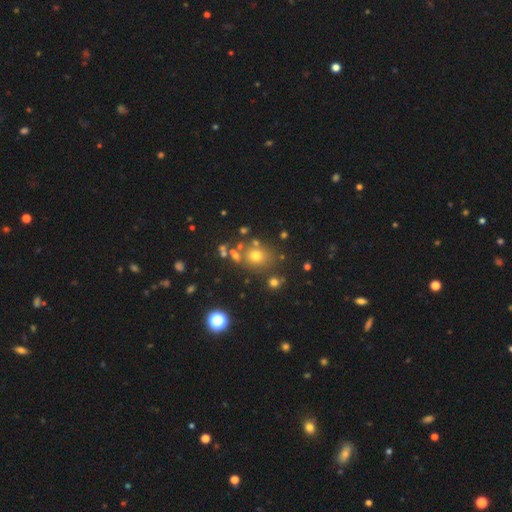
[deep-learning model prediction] Smooth or featured? smooth (64%)
How rounded? round (76%)
Merging? none (71%)